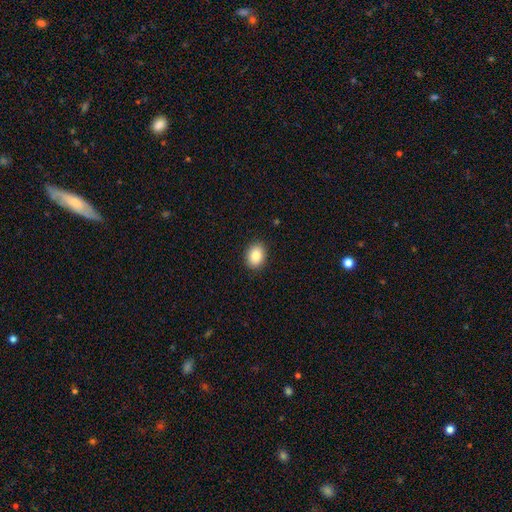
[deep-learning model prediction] smooth-or-featured: smooth: 86% | star or artifact: 8% | featured or disk: 6%
  how-rounded: in between: 57% | round: 42% | cigar-shaped: 1%
  merging: none: 90% | minor disturbance: 7% | major disturbance: 2% | merger: 1%